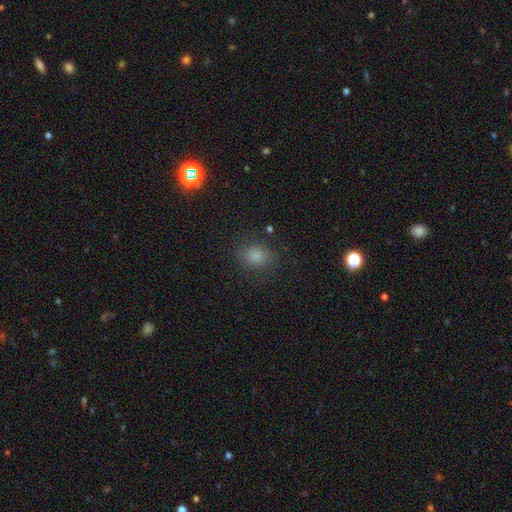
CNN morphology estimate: type=smooth (74%); roundness=round (55%); merging=none (84%).